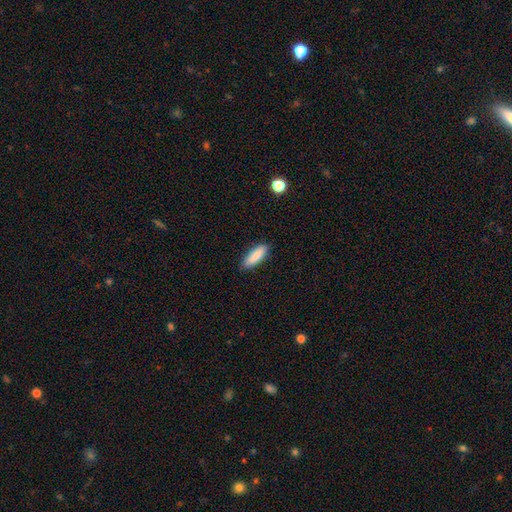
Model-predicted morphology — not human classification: The model was most divided on "how rounded": in between: 51%, cigar-shaped: 47%, round: 2%. More confident: smooth or featured — smooth (88%); merging — none (88%).